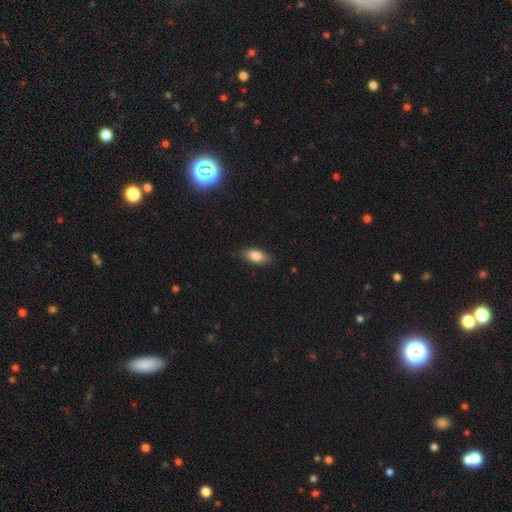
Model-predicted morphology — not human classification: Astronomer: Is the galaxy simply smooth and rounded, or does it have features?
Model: smooth — 83%.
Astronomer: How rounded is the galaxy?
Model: in between — 89%.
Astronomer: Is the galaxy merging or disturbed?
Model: none — 86%.